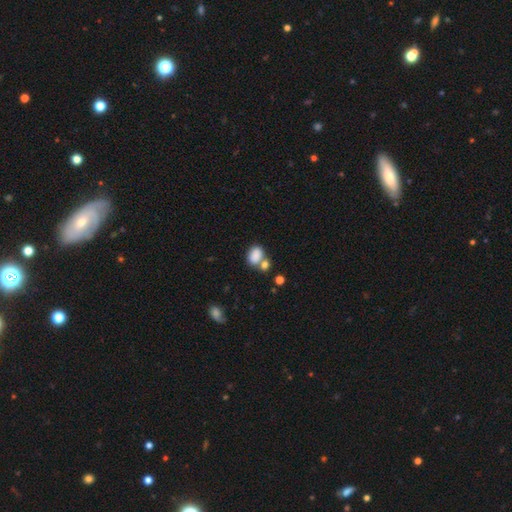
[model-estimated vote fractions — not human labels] A smooth galaxy with no disk features (83%) that is in between round and cigar-shaped (75%).

Vote fractions:
- Smooth or featured? smooth: 83% / star or artifact: 10% / featured or disk: 7%
- How rounded? in between: 75% / round: 24% / cigar-shaped: 1%
- Merging? none: 43% / merger: 39% / minor disturbance: 13% / major disturbance: 5%